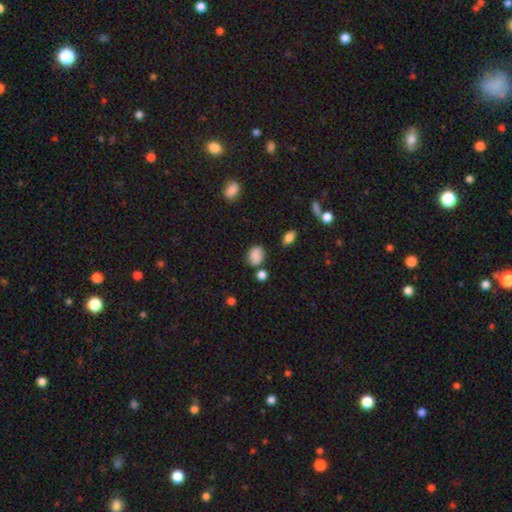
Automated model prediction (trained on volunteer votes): A smooth galaxy with no disk features (81%) that is in between round and cigar-shaped (55%).

Vote fractions:
- Smooth or featured? smooth: 81% / star or artifact: 11% / featured or disk: 8%
- How rounded? in between: 55% / round: 44% / cigar-shaped: 1%
- Merging? none: 64% / minor disturbance: 21% / merger: 9% / major disturbance: 6%